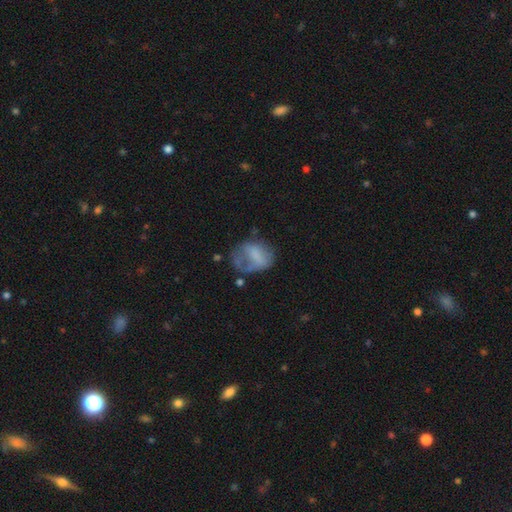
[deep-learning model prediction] Smooth or featured?
  - smooth: 56% *
  - featured or disk: 34%
  - star or artifact: 11%
How rounded?
  - in between: 60% *
  - round: 38%
  - cigar-shaped: 2%
Merging?
  - major disturbance: 37% *
  - none: 32%
  - minor disturbance: 26%
  - merger: 5%